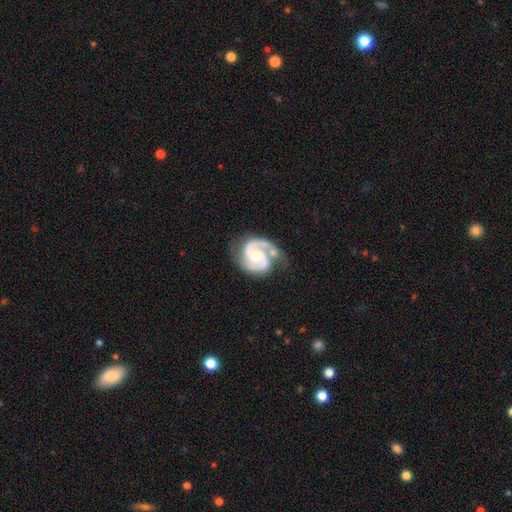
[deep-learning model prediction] The model was most divided on "bulge size": moderate: 46%, small: 41%, none: 7%, large: 5%, dominant: 1%. More confident: spiral arms — yes (98%); edge-on disk — no (98%); smooth or featured — featured or disk (92%); spiral arm count — 2 (91%); merging — none (62%); spiral winding — medium (53%); bar — no (52%).